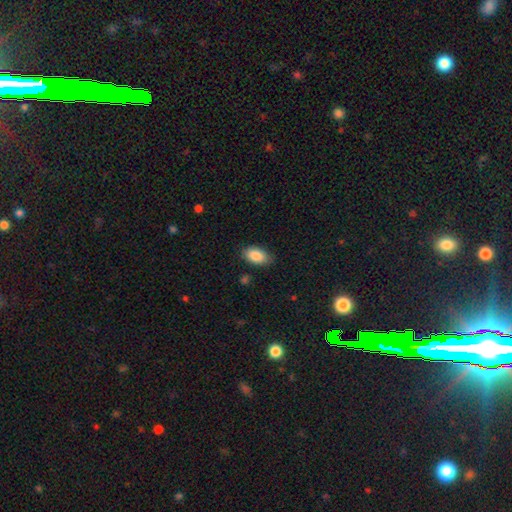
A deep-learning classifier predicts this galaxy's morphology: The model was most divided on "merging": none: 83%, minor disturbance: 13%, major disturbance: 3%, merger: 1%. More confident: how rounded — in between (93%); smooth or featured — smooth (88%).